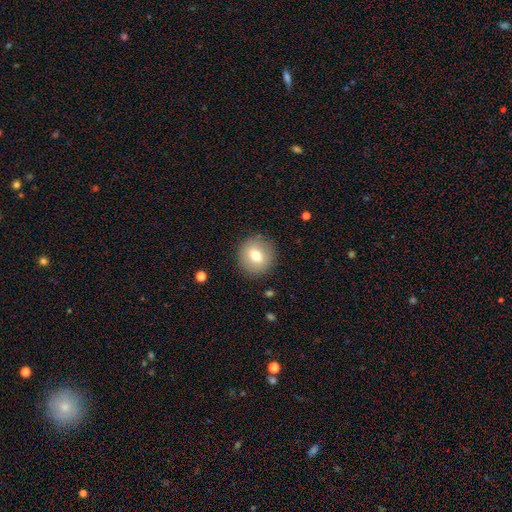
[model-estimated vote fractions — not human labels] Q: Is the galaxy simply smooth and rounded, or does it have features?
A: smooth — 70%.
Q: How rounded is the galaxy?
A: round — 87%.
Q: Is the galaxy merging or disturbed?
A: none — 88%.